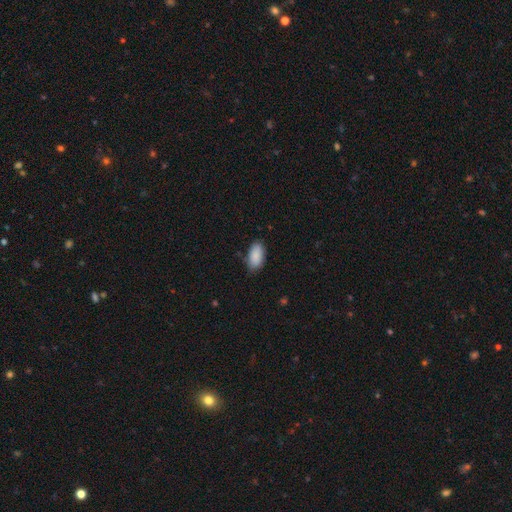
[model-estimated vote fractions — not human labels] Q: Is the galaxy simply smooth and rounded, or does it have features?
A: smooth — 89%.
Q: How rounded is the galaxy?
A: in between — 94%.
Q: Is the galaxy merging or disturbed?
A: none — 77%.